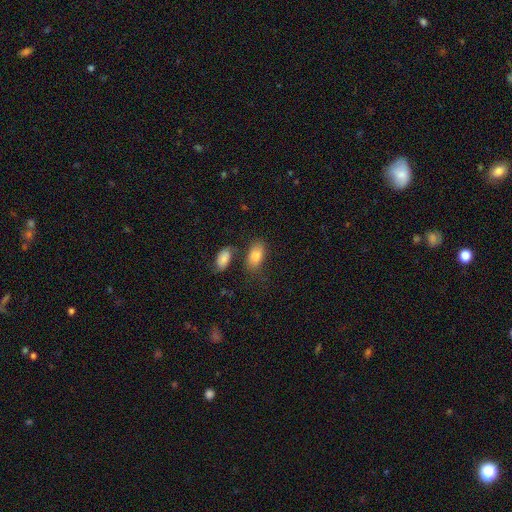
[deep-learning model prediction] A smooth galaxy with no disk features (82%) that is in between round and cigar-shaped (91%).

Vote fractions:
- Smooth or featured? smooth: 82% / featured or disk: 9% / star or artifact: 8%
- How rounded? in between: 91% / round: 5% / cigar-shaped: 3%
- Merging? none: 61% / minor disturbance: 18% / merger: 14% / major disturbance: 7%